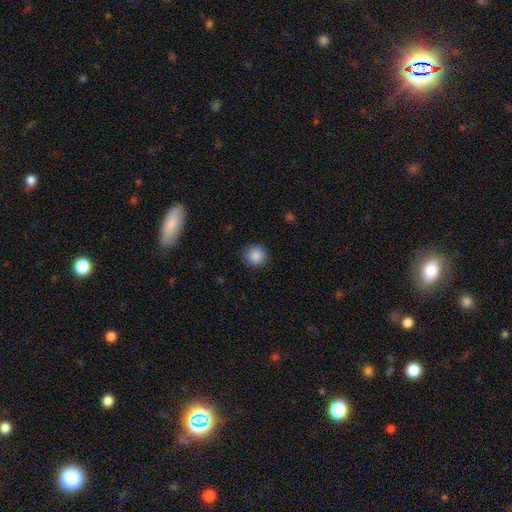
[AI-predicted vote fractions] Q: Smooth or featured?
A: smooth (87%); runner-up: star or artifact (9%)
Q: How rounded?
A: round (94%); runner-up: in between (5%)
Q: Merging?
A: none (90%); runner-up: minor disturbance (7%)